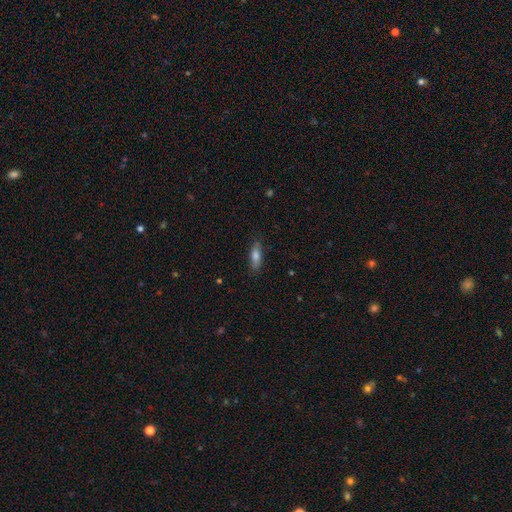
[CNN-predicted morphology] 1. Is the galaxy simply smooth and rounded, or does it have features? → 75% smooth, 18% featured or disk, 7% star or artifact.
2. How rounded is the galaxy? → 55% in between, 43% cigar-shaped, 2% round.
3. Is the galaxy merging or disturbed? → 81% none, 14% minor disturbance, 3% major disturbance, 1% merger.